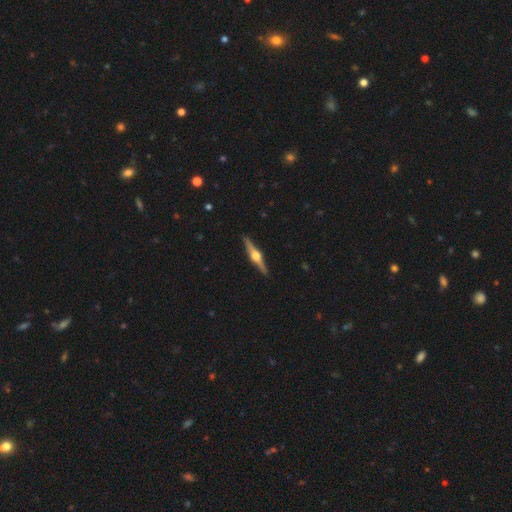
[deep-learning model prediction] Q: Smooth or featured?
A: featured or disk (84%); runner-up: smooth (11%)
Q: Edge-on disk?
A: yes (98%); runner-up: no (2%)
Q: Edge-on bulge?
A: rounded (96%); runner-up: boxy (3%)
Q: Merging?
A: none (91%); runner-up: minor disturbance (6%)